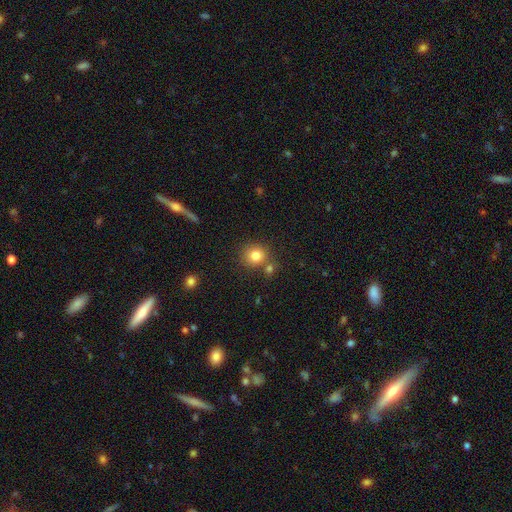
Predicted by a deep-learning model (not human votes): smooth 81%, star or artifact 11%, featured or disk 8%. Down the decision tree: how rounded — round (85%); merging — none (70%).